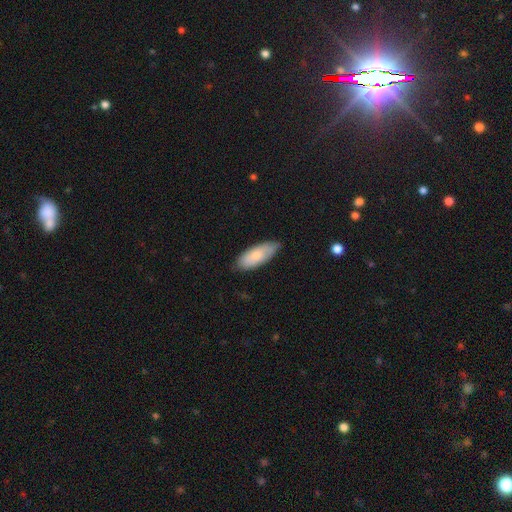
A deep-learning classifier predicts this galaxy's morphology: Smooth or featured? smooth (74%)
How rounded? in between (80%)
Merging? none (76%)